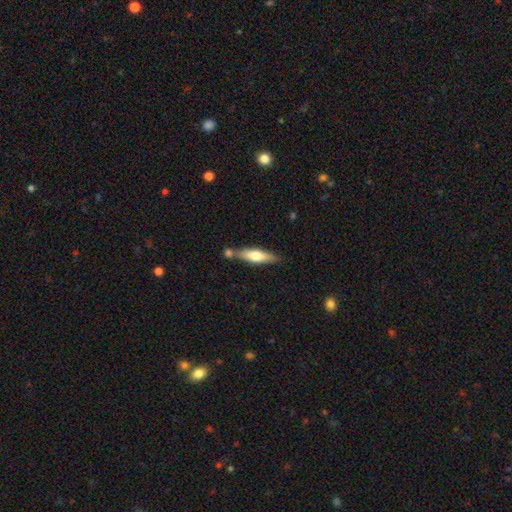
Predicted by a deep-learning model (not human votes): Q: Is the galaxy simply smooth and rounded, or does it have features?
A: smooth — 53%.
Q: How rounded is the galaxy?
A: cigar-shaped — 72%.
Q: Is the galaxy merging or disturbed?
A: none — 66%.